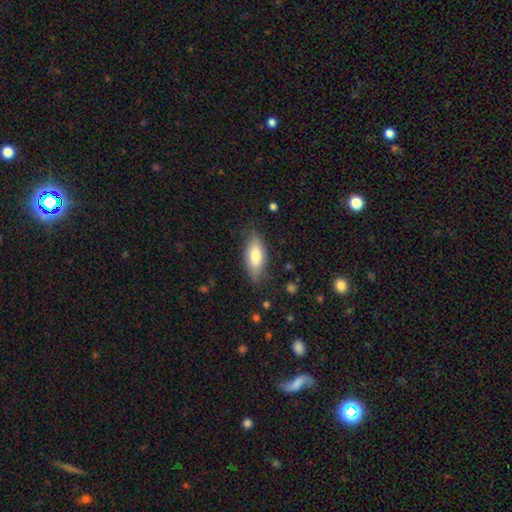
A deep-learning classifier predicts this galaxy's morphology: This is likely a smooth galaxy (77%). How rounded: likely in between (75%). Merging: likely none (78%).